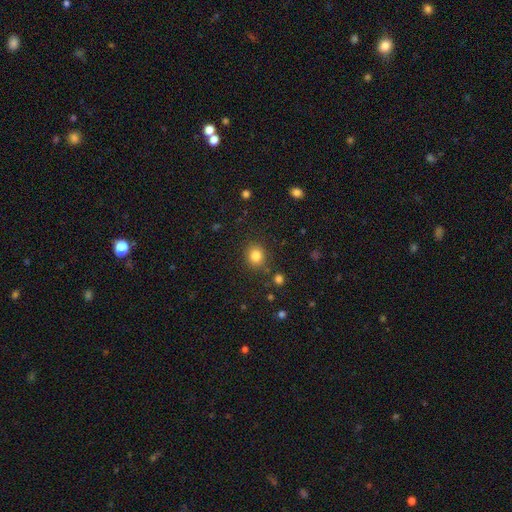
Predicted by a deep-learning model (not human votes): Q: Smooth or featured?
A: smooth (83%); runner-up: star or artifact (12%)
Q: How rounded?
A: round (79%); runner-up: in between (20%)
Q: Merging?
A: none (84%); runner-up: minor disturbance (10%)